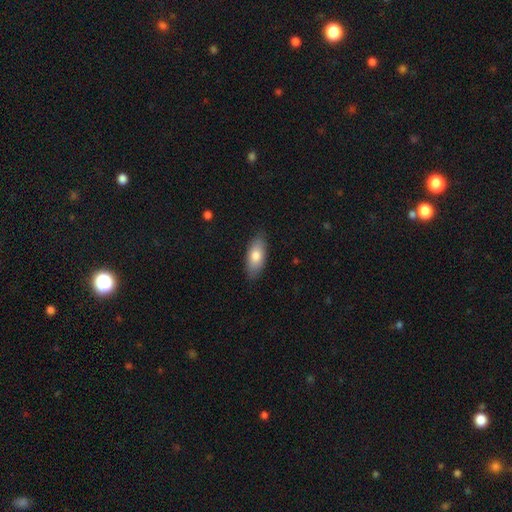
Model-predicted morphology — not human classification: Overall: smooth (78%). How rounded: in between (87%). Merging: none (85%).